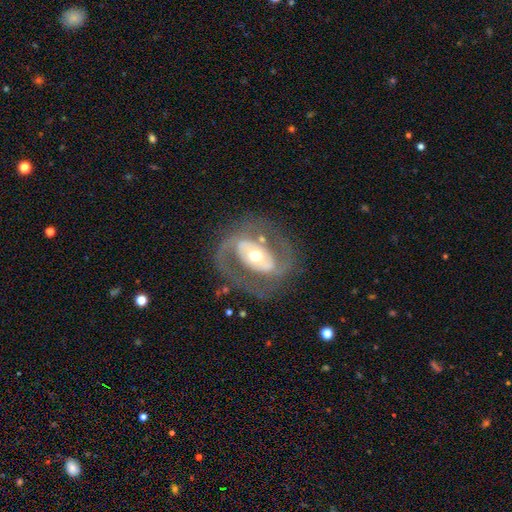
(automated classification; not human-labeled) Q: Smooth or featured?
A: featured or disk (82%); runner-up: smooth (13%)
Q: Edge-on disk?
A: no (95%); runner-up: yes (5%)
Q: Bar?
A: no (39%); runner-up: strong (31%)
Q: Spiral arms?
A: yes (75%); runner-up: no (25%)
Q: Spiral winding?
A: medium (48%); runner-up: tight (29%)
Q: Spiral arm count?
A: 2 (80%); runner-up: can't tell (8%)
Q: Bulge size?
A: moderate (68%); runner-up: small (17%)
Q: Merging?
A: none (69%); runner-up: minor disturbance (15%)